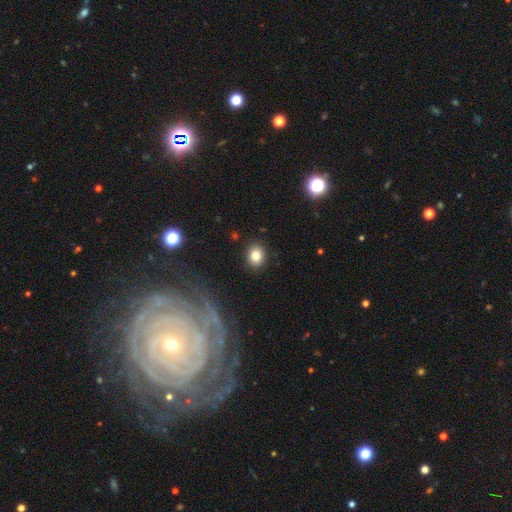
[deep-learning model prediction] Smooth or featured? smooth (81%)
How rounded? round (57%)
Merging? none (89%)